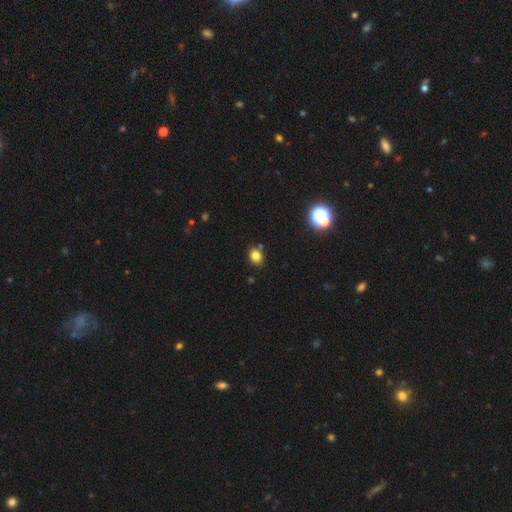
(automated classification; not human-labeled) Smooth or featured?
  - smooth: 79% *
  - star or artifact: 15%
  - featured or disk: 6%
How rounded?
  - round: 56% *
  - in between: 43%
  - cigar-shaped: 1%
Merging?
  - none: 79% *
  - minor disturbance: 12%
  - merger: 6%
  - major disturbance: 3%